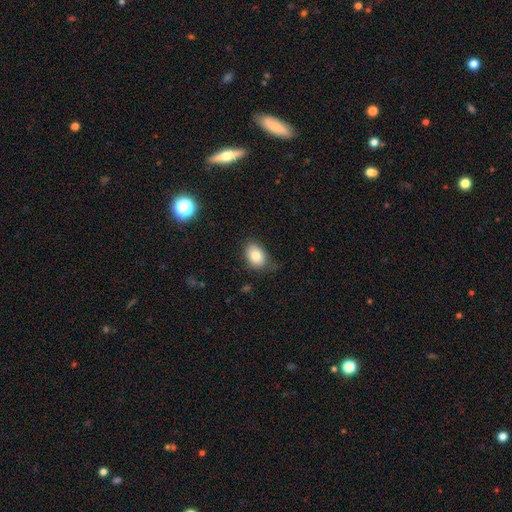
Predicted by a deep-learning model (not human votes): smooth-or-featured: smooth: 81% | featured or disk: 10% | star or artifact: 9%
  how-rounded: in between: 74% | round: 25% | cigar-shaped: 1%
  merging: none: 68% | minor disturbance: 24% | major disturbance: 7% | merger: 1%